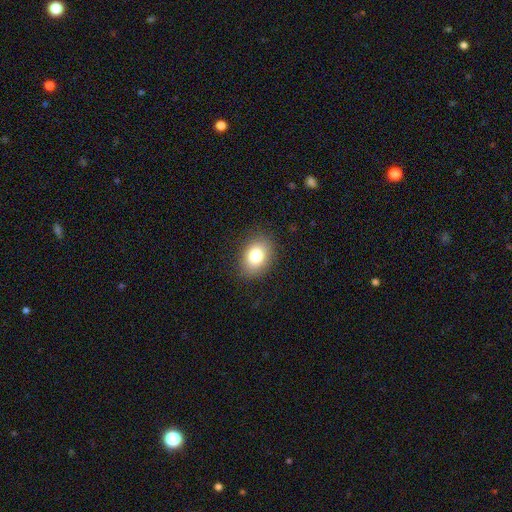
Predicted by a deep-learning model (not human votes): smooth 81%, featured or disk 10%, star or artifact 9%. Down the decision tree: how rounded — in between (73%); merging — none (86%).